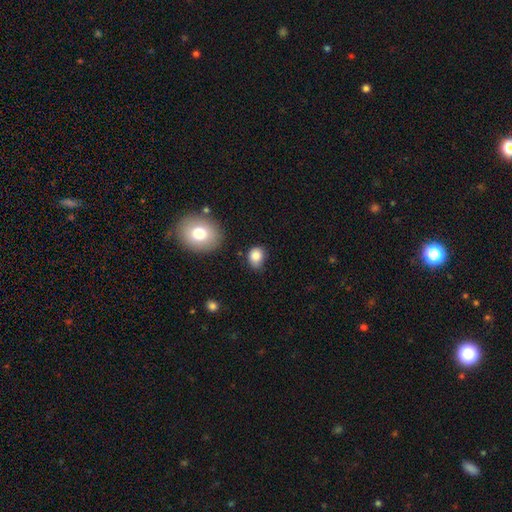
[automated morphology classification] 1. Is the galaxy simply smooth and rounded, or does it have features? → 85% smooth, 10% star or artifact, 6% featured or disk.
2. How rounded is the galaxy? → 51% in between, 48% round, 1% cigar-shaped.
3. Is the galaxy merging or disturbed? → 60% none, 29% minor disturbance, 7% major disturbance, 4% merger.